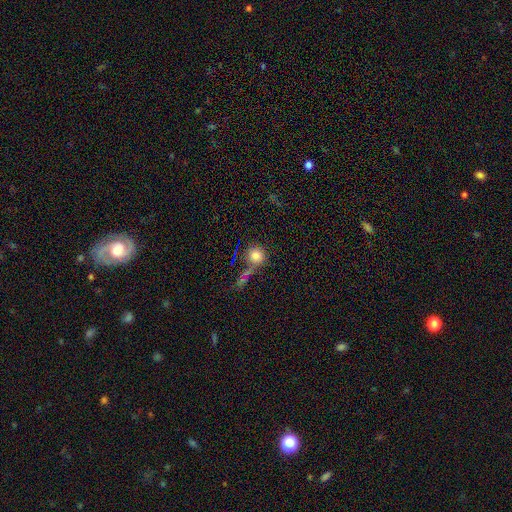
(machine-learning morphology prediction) Smooth or featured: smooth — 79% (star or artifact — 13%)
How rounded: round — 91% (in between — 8%)
Merging: none — 60% (merger — 20%)